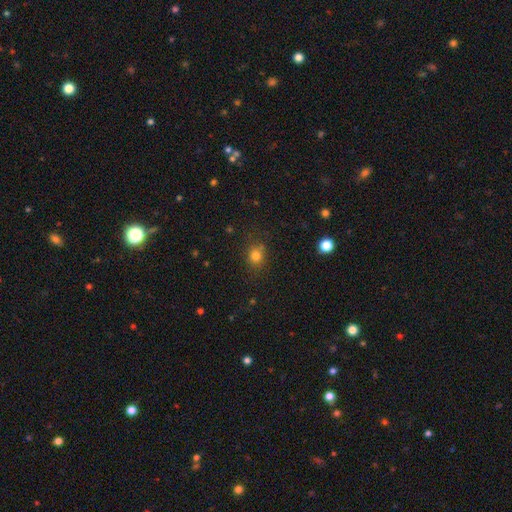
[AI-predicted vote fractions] Q: Smooth or featured?
A: smooth (79%); runner-up: star or artifact (14%)
Q: How rounded?
A: round (74%); runner-up: in between (25%)
Q: Merging?
A: none (75%); runner-up: minor disturbance (16%)